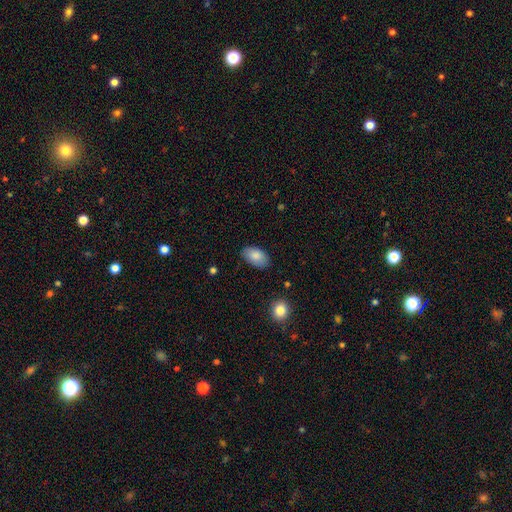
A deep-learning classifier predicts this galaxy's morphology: Smooth or featured?
  - smooth: 86% *
  - featured or disk: 7%
  - star or artifact: 7%
How rounded?
  - in between: 94% *
  - round: 5%
  - cigar-shaped: 1%
Merging?
  - none: 83% *
  - minor disturbance: 13%
  - major disturbance: 3%
  - merger: 1%